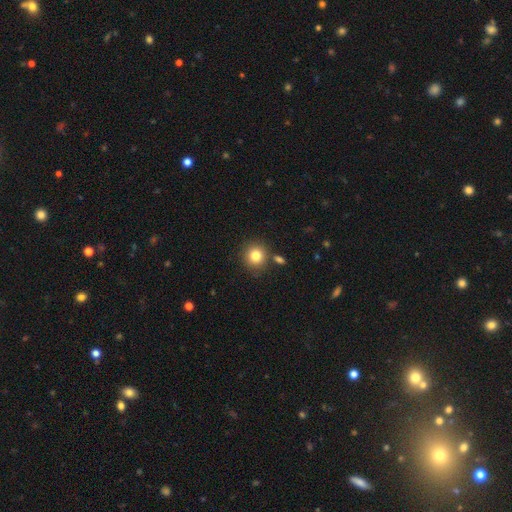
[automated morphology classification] A smooth galaxy with no disk features (81%) that is round (91%). Merging: none (81%).